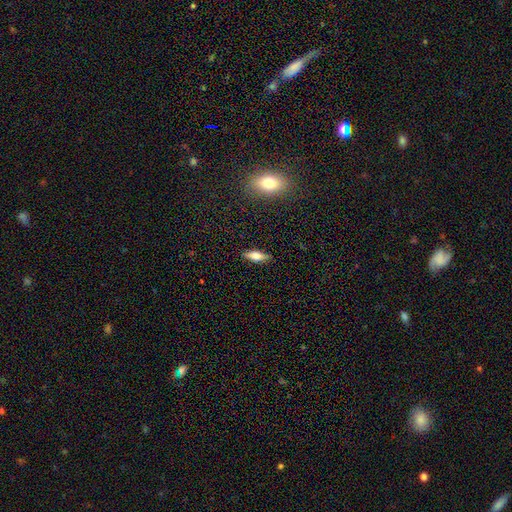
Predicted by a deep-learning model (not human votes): smooth_or_featured: smooth (p=0.55) [alt: featured or disk p=0.37]
how_rounded: in between (p=0.54) [alt: cigar-shaped p=0.42]
merging: none (p=0.88) [alt: minor disturbance p=0.09]